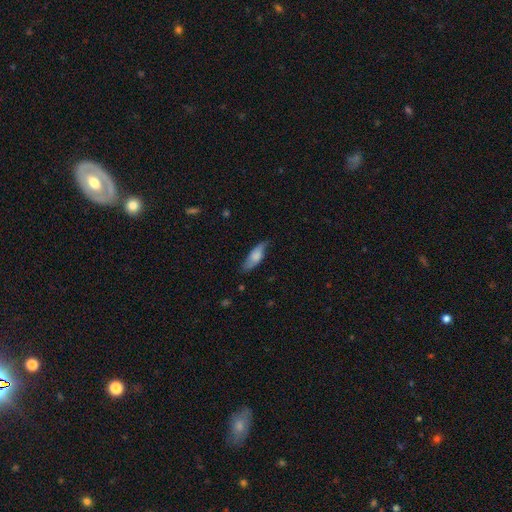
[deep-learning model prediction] The model was most divided on "how rounded": in between: 61%, cigar-shaped: 37%, round: 2%. More confident: merging — none (72%); smooth or featured — smooth (66%).